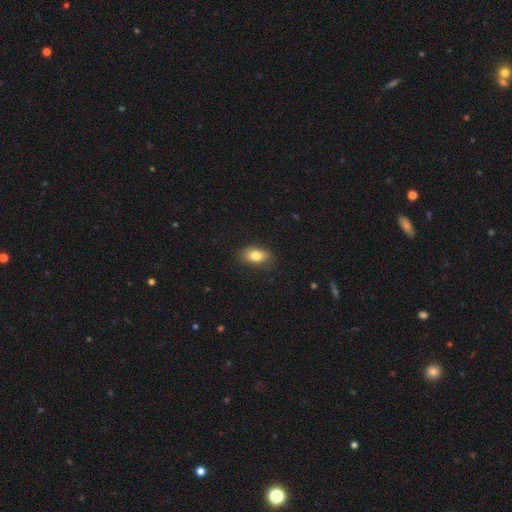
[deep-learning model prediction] The model was most divided on "merging": none: 82%, minor disturbance: 14%, major disturbance: 3%, merger: 1%. More confident: how rounded — in between (87%); smooth or featured — smooth (81%).